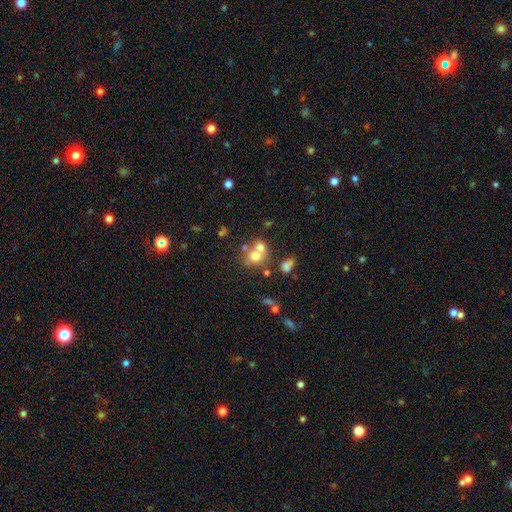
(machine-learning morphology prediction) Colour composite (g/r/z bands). It shows a smooth galaxy with no disk features (64%) that is round (71%). Merging: merger (50%).